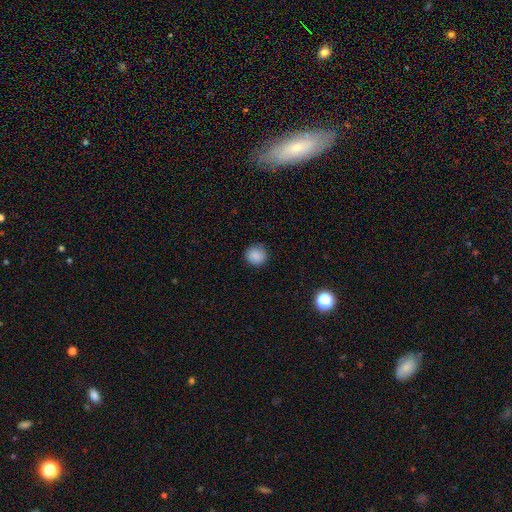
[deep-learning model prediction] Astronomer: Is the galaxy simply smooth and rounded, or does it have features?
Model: smooth — 87%.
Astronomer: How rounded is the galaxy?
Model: round — 89%.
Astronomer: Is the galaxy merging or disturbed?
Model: none — 86%.